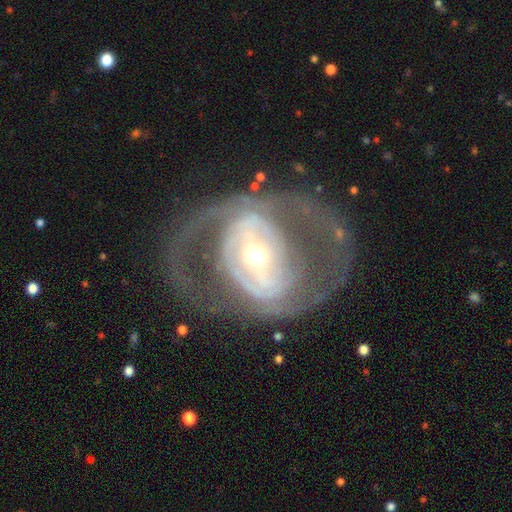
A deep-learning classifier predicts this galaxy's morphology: A featured or disk galaxy (82%) with a strong bar (44%), spiral arms (63%) and a small central bulge (47%). Merging: none (63%).